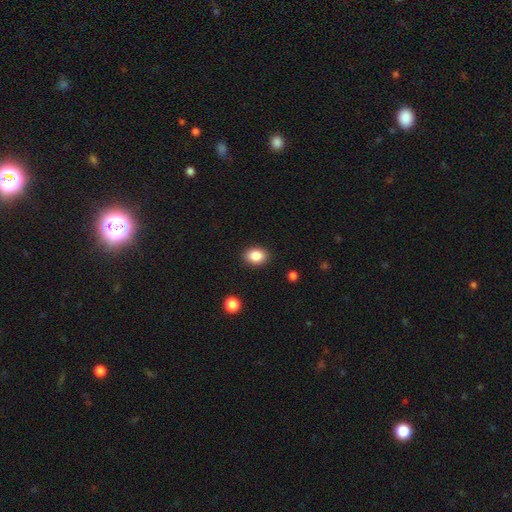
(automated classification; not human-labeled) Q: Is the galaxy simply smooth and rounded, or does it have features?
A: smooth — 87%.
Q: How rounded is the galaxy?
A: in between — 70%.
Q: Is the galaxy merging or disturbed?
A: none — 89%.